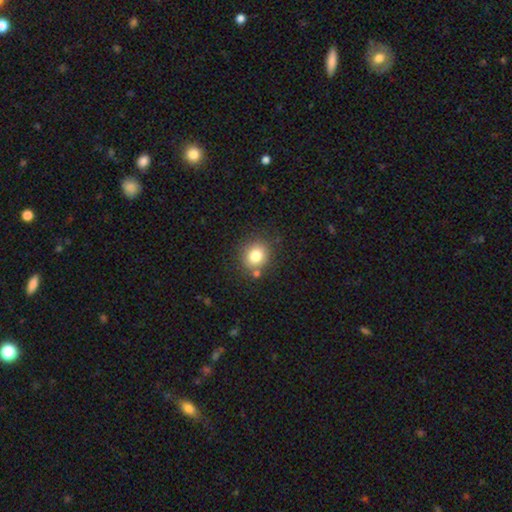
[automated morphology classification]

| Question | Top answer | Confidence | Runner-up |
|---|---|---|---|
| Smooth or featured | smooth | 79% | star or artifact (12%) |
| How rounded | round | 77% | in between (22%) |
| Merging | none | 79% | minor disturbance (10%) |